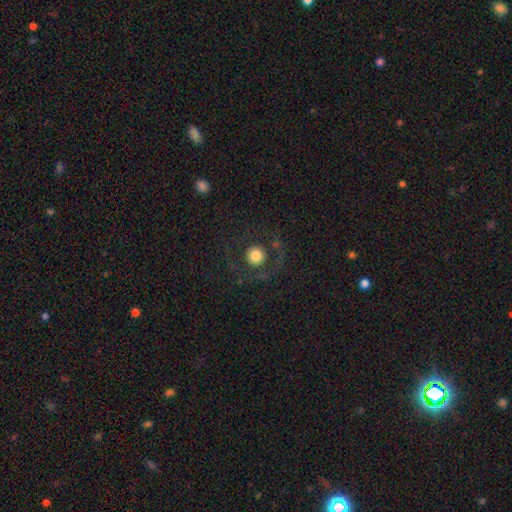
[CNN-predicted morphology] Q: Smooth or featured?
A: smooth (64%); runner-up: featured or disk (24%)
Q: How rounded?
A: round (95%); runner-up: in between (4%)
Q: Merging?
A: none (78%); runner-up: major disturbance (11%)